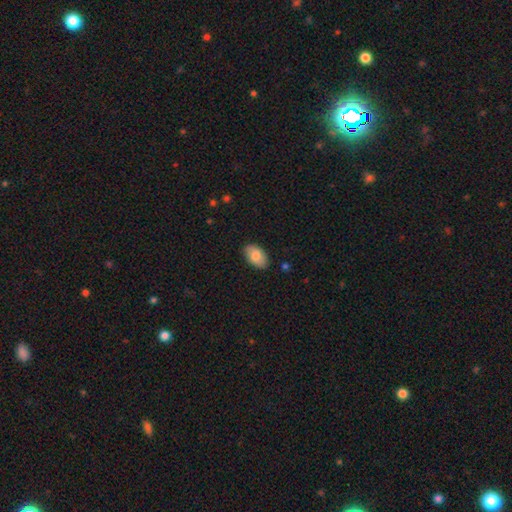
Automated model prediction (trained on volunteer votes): The model was most divided on "smooth or featured": smooth: 81%, featured or disk: 13%, star or artifact: 6%. More confident: how rounded — in between (93%); merging — none (85%).